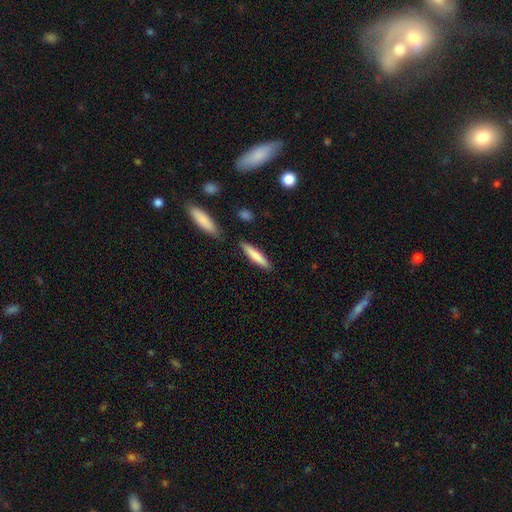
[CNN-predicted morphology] This is likely a smooth galaxy (80%). How rounded: clearly cigar-shaped (85%). Merging: clearly none (84%).